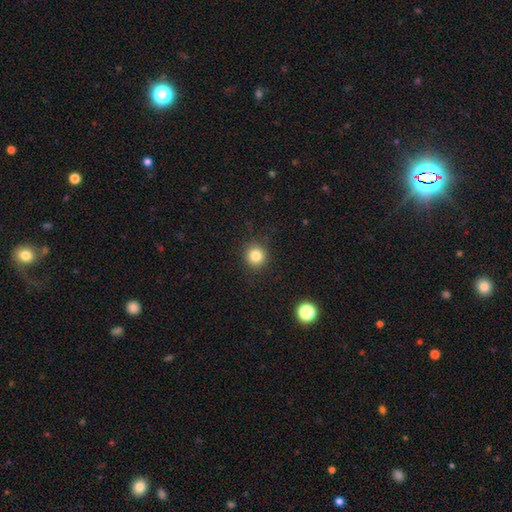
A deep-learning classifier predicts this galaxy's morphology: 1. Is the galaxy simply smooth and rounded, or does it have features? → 82% smooth, 12% star or artifact, 6% featured or disk.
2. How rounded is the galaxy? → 91% round, 8% in between, 1% cigar-shaped.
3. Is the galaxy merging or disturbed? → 90% none, 7% minor disturbance, 2% major disturbance, 1% merger.